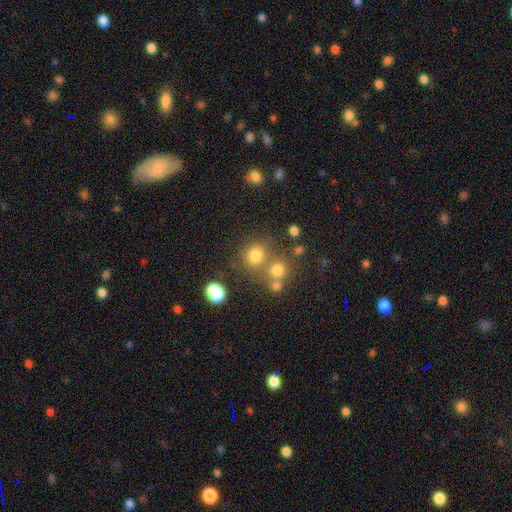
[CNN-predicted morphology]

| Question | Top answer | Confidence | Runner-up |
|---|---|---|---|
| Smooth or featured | smooth | 76% | star or artifact (16%) |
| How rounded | round | 84% | in between (15%) |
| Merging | none | 63% | merger (23%) |